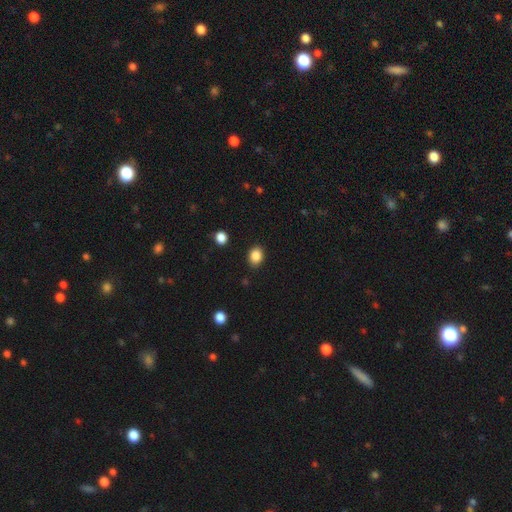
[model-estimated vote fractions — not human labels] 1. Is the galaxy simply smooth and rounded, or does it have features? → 87% smooth, 9% star or artifact, 4% featured or disk.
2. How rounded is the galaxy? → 57% in between, 42% round, 1% cigar-shaped.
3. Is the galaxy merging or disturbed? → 87% none, 9% minor disturbance, 2% major disturbance, 2% merger.